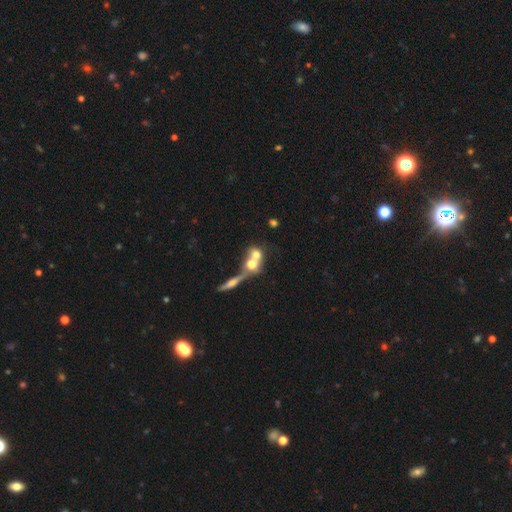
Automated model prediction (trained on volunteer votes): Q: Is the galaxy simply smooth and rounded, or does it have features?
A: smooth — 58%.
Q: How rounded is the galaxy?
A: round — 58%.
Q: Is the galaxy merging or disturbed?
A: merger — 67%.